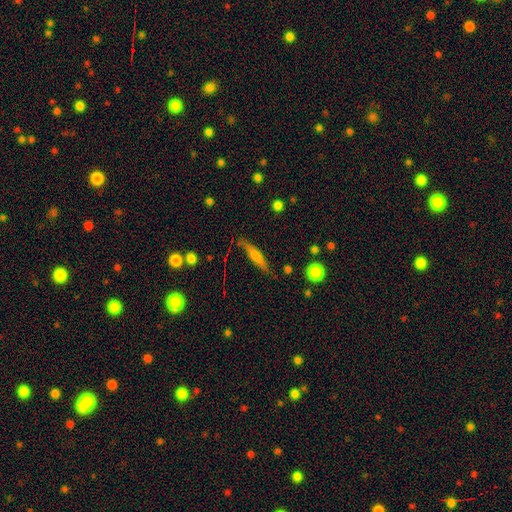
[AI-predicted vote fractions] Smooth or featured: smooth — 48% (featured or disk — 45%)
Merging: none — 77% (minor disturbance — 16%)